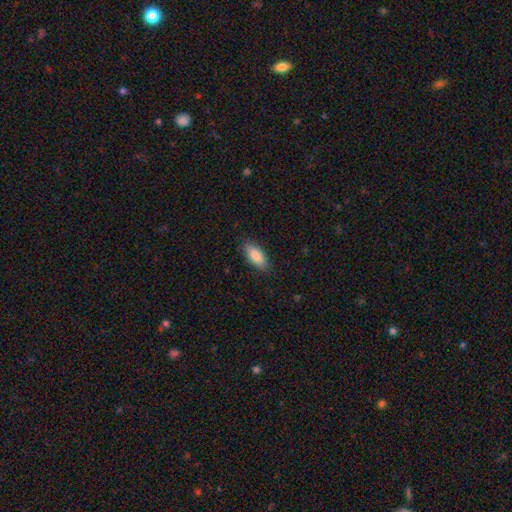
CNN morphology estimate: Overall: smooth (86%). How rounded: in between (85%). Merging: none (86%).